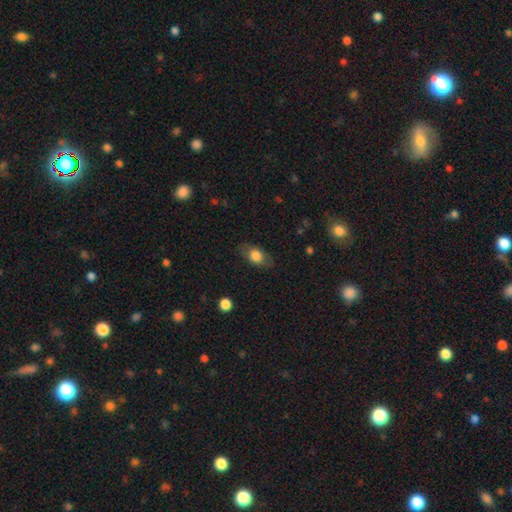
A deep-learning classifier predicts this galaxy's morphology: A smooth galaxy with no disk features (73%) that is in between round and cigar-shaped (82%). Merging: none (79%).